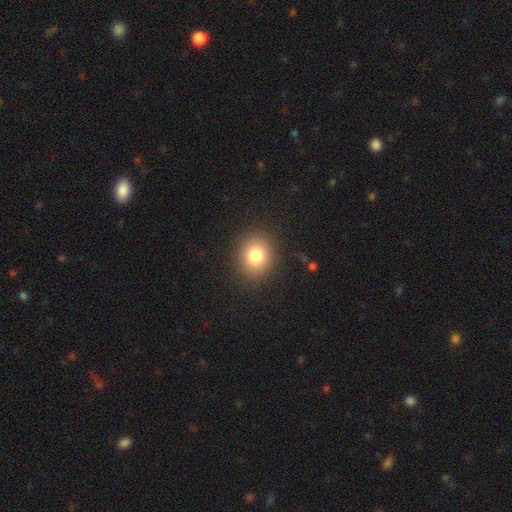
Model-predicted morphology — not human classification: The model was most divided on "how rounded": round: 67%, in between: 32%, cigar-shaped: 1%. More confident: merging — none (88%); smooth or featured — smooth (80%).